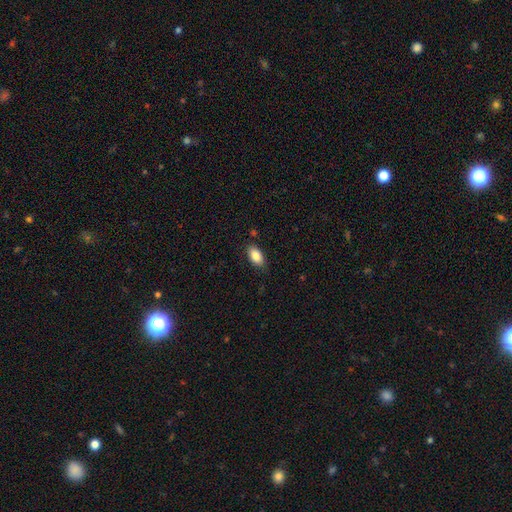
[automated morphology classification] This appears to be a smooth galaxy with no disk features (88%) that is in between round and cigar-shaped (93%). Merging: none (83%).